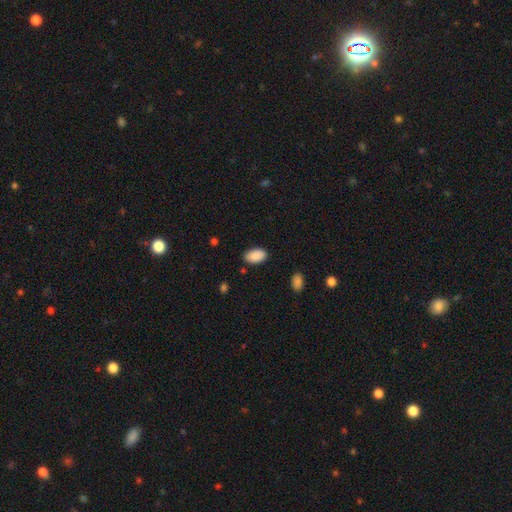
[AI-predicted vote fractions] Smooth or featured?
  - smooth: 90% *
  - star or artifact: 7%
  - featured or disk: 4%
How rounded?
  - in between: 94% *
  - round: 4%
  - cigar-shaped: 1%
Merging?
  - none: 85% *
  - minor disturbance: 11%
  - major disturbance: 3%
  - merger: 2%